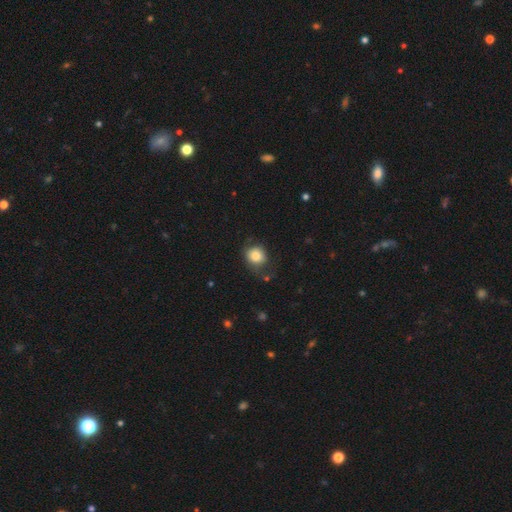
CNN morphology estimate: This is clearly a smooth galaxy (80%). How rounded: likely round (76%). Merging: possibly none (57%).